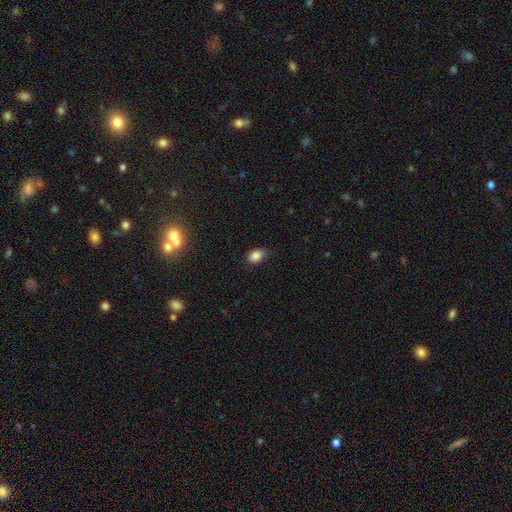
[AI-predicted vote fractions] A smooth galaxy with no disk features (85%) that is in between round and cigar-shaped (77%).

Vote fractions:
- Smooth or featured? smooth: 85% / star or artifact: 10% / featured or disk: 4%
- How rounded? in between: 77% / round: 21% / cigar-shaped: 1%
- Merging? none: 84% / minor disturbance: 13% / major disturbance: 3% / merger: 1%